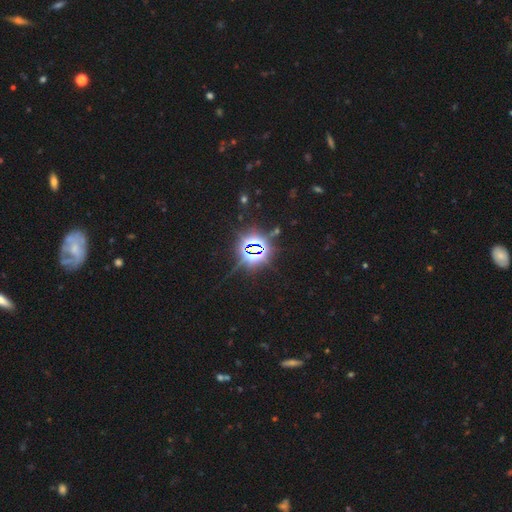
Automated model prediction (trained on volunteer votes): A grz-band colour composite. It shows a star or artifact, not a galaxy (84%).